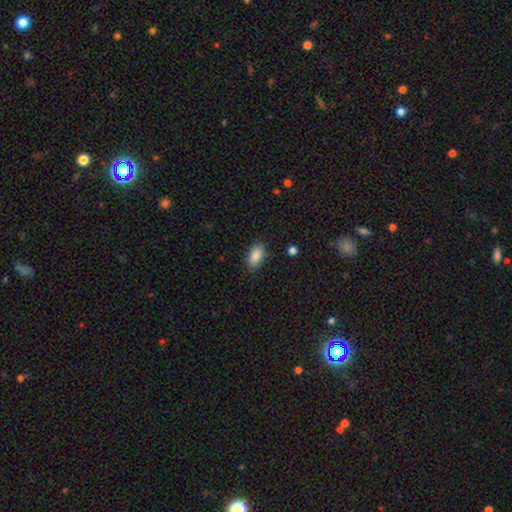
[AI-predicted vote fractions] This is clearly a smooth galaxy (88%). How rounded: clearly in between (91%). Merging: clearly none (85%).